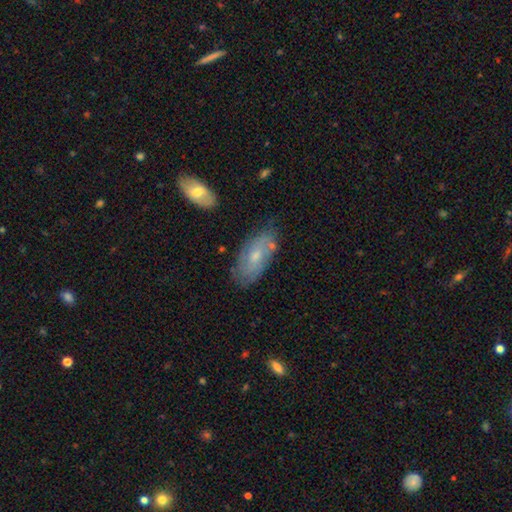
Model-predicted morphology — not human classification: Q: Smooth or featured?
A: featured or disk (51%); runner-up: smooth (42%)
Q: Edge-on disk?
A: no (90%); runner-up: yes (10%)
Q: Merging?
A: none (71%); runner-up: minor disturbance (20%)